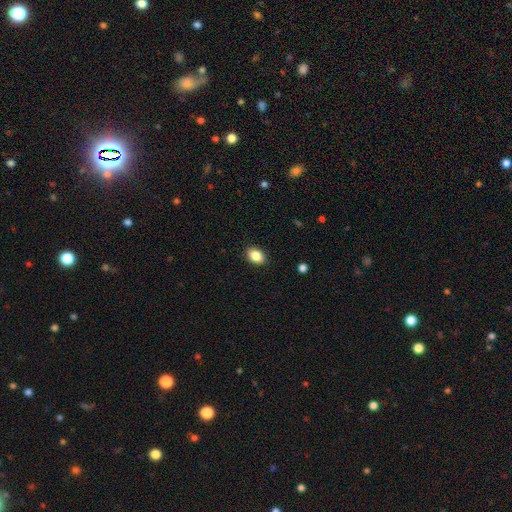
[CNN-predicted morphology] Smooth or featured?
  - smooth: 87% *
  - star or artifact: 8%
  - featured or disk: 4%
How rounded?
  - in between: 81% *
  - round: 18%
  - cigar-shaped: 1%
Merging?
  - none: 89% *
  - minor disturbance: 8%
  - major disturbance: 2%
  - merger: 1%